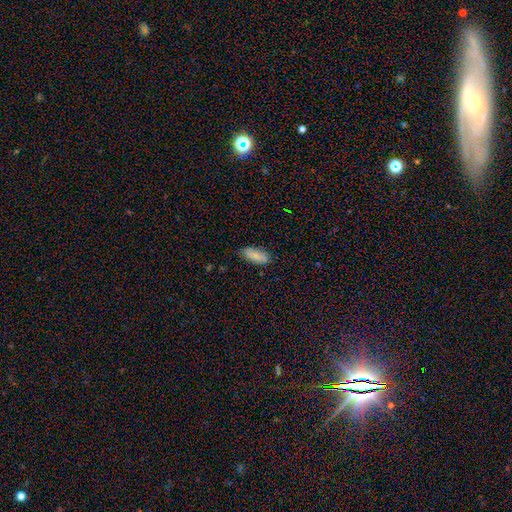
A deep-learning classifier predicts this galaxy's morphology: This is clearly a smooth galaxy (83%). How rounded: clearly in between (83%). Merging: clearly none (82%).